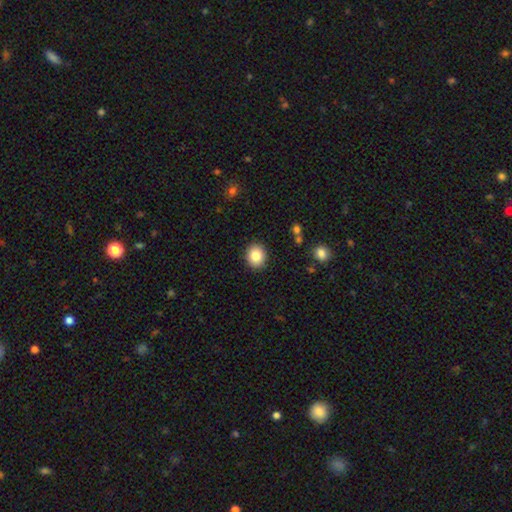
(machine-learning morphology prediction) This appears to be a smooth galaxy with no disk features (84%) that is round (73%). Merging: none (91%).